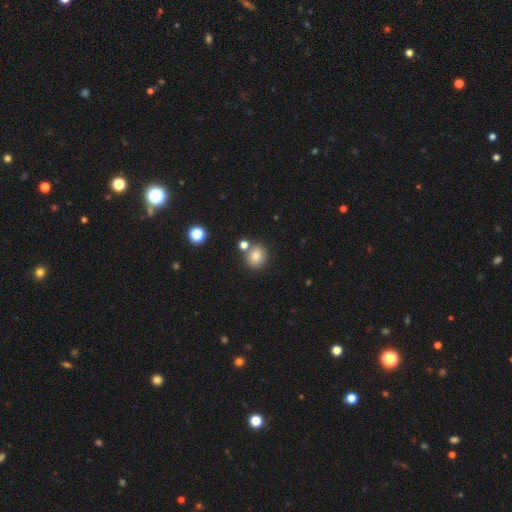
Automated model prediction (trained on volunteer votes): smooth-or-featured: smooth: 81% | star or artifact: 12% | featured or disk: 7%
  how-rounded: round: 78% | in between: 21% | cigar-shaped: 1%
  merging: none: 72% | merger: 15% | minor disturbance: 9% | major disturbance: 3%